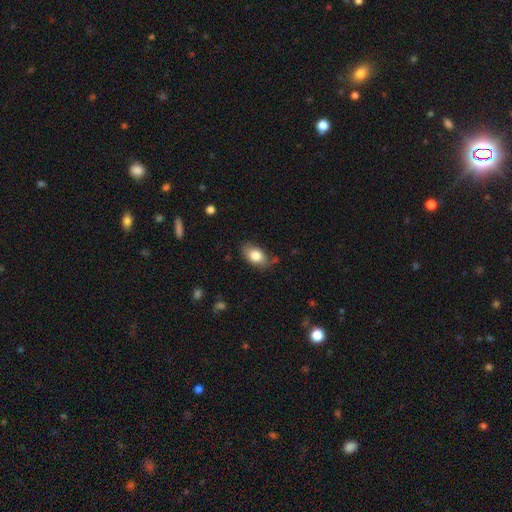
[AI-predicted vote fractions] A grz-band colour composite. It shows a smooth galaxy with no disk features (82%) that is in between round and cigar-shaped (90%). Merging: none (78%).